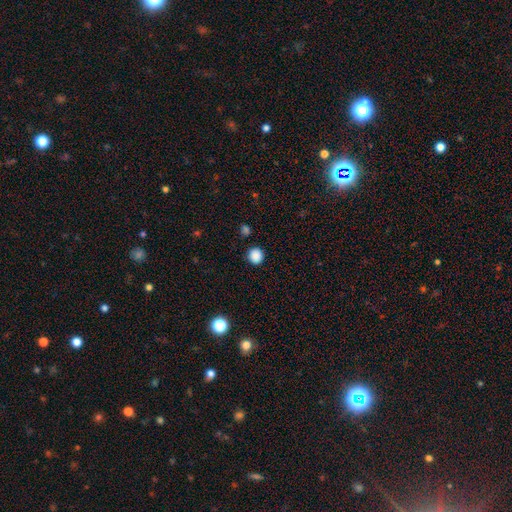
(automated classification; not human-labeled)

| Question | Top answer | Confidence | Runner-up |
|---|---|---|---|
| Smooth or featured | smooth | 87% | star or artifact (10%) |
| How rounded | round | 91% | in between (8%) |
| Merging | none | 89% | minor disturbance (7%) |